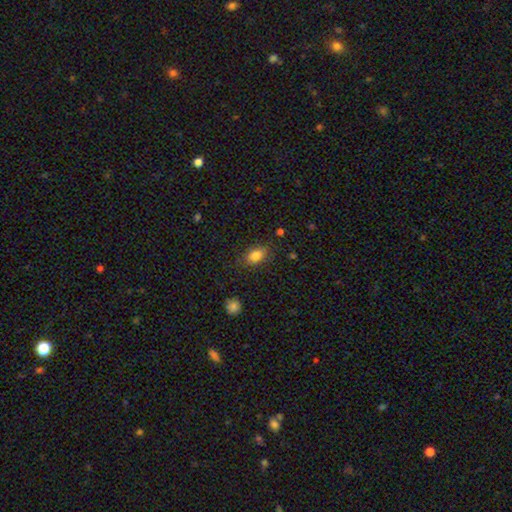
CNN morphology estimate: Smooth or featured? smooth (82%)
How rounded? in between (85%)
Merging? none (81%)